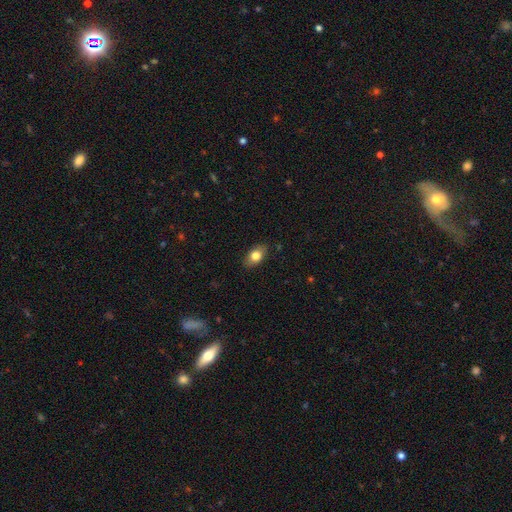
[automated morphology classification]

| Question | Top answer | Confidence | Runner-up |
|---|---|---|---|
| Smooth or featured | smooth | 79% | featured or disk (14%) |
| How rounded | in between | 87% | round (10%) |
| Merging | none | 85% | minor disturbance (11%) |